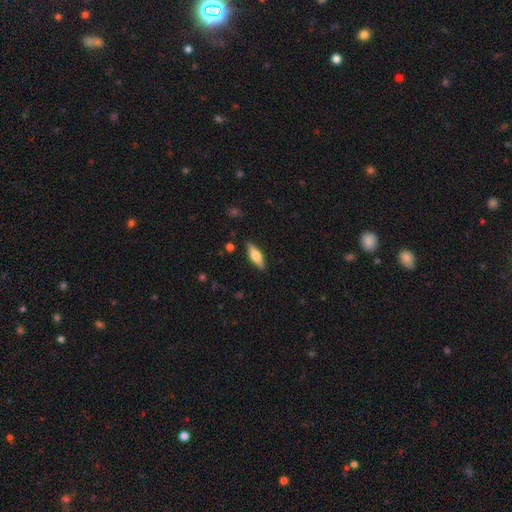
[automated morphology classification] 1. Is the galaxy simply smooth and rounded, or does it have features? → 65% smooth, 29% featured or disk, 6% star or artifact.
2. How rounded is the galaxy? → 55% in between, 42% cigar-shaped, 2% round.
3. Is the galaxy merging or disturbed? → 88% none, 9% minor disturbance, 2% major disturbance, 1% merger.